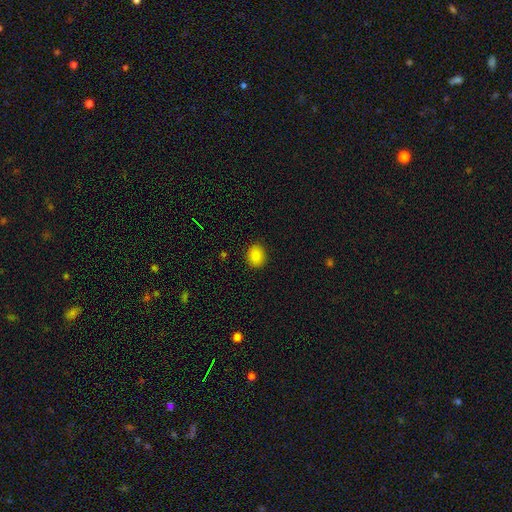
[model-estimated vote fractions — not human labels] Q: Smooth or featured?
A: smooth (85%); runner-up: star or artifact (10%)
Q: How rounded?
A: round (58%); runner-up: in between (41%)
Q: Merging?
A: none (90%); runner-up: minor disturbance (7%)